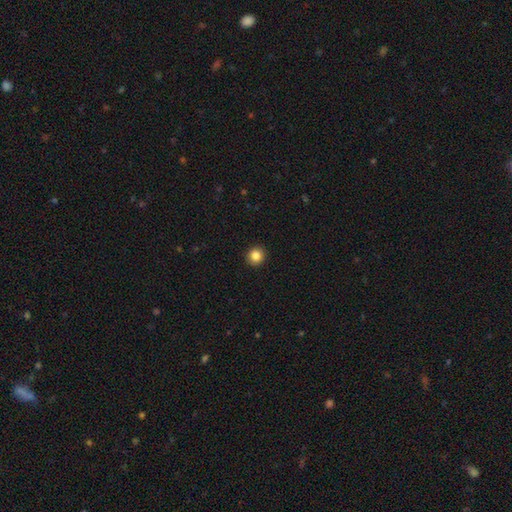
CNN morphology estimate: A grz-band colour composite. It shows a smooth galaxy with no disk features (85%) that is round (92%). Merging: none (93%).